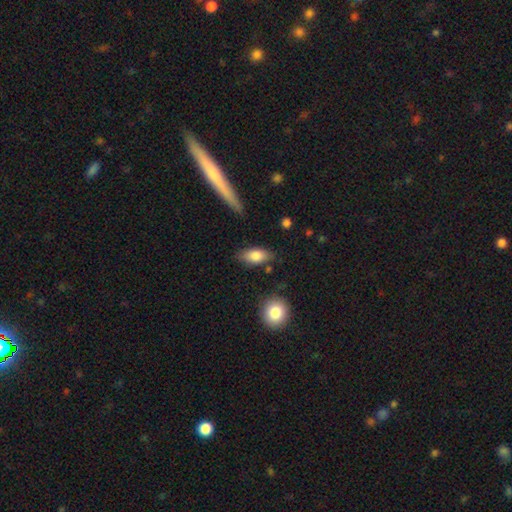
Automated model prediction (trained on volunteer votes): Smooth or featured? Predicted: smooth (p=0.80). How rounded? Predicted: in between (p=0.85). Merging? Predicted: none (p=0.79).